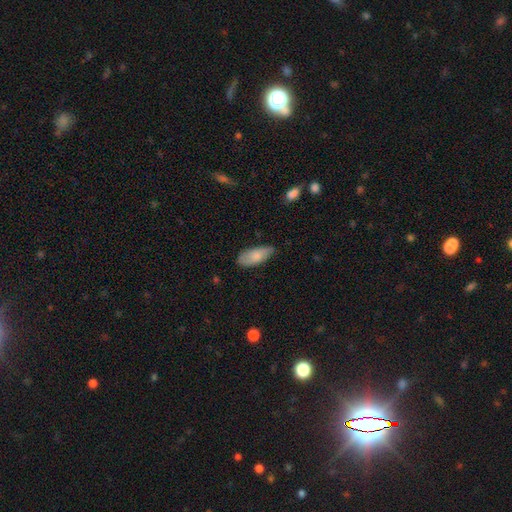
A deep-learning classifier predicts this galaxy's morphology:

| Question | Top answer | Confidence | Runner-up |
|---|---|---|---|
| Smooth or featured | smooth | 79% | featured or disk (15%) |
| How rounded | in between | 85% | cigar-shaped (13%) |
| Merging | none | 68% | minor disturbance (26%) |